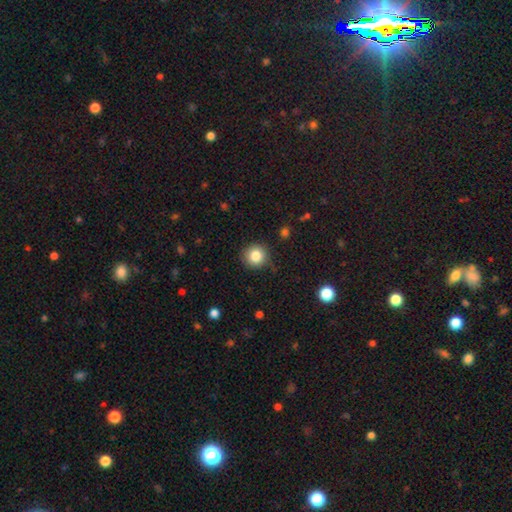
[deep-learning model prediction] smooth-or-featured: smooth: 83% | star or artifact: 11% | featured or disk: 6%
  how-rounded: round: 94% | in between: 5% | cigar-shaped: 1%
  merging: none: 84% | minor disturbance: 11% | major disturbance: 3% | merger: 1%